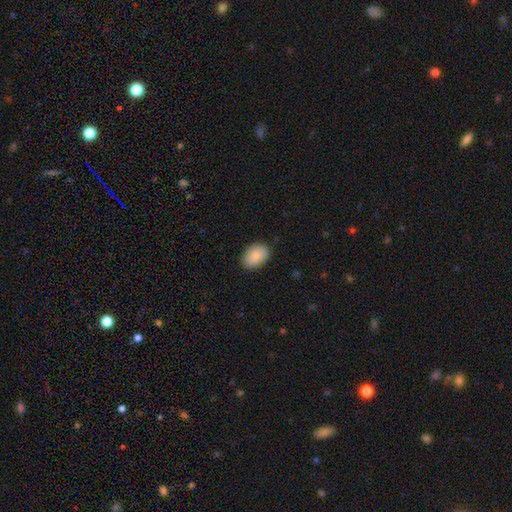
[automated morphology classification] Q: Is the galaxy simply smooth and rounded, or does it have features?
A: smooth — 87%.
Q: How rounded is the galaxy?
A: in between — 86%.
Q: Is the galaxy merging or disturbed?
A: none — 87%.